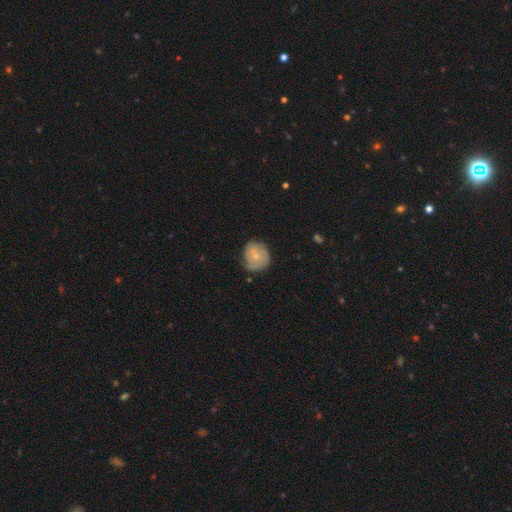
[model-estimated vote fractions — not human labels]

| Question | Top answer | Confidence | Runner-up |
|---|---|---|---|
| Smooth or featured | featured or disk | 50% | smooth (43%) |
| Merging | none | 68% | minor disturbance (24%) |